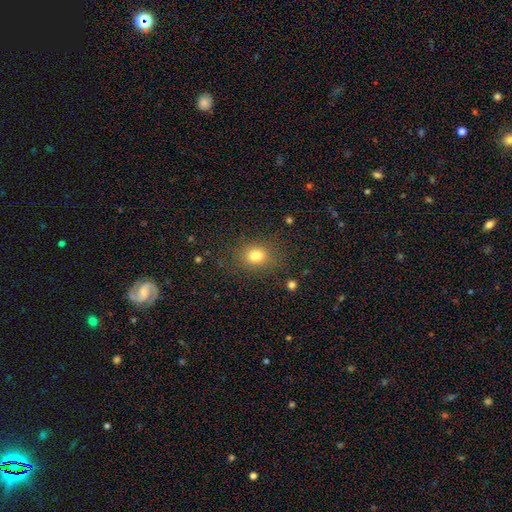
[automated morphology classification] A smooth galaxy with no disk features (80%) that is round (51%).

Vote fractions:
- Smooth or featured? smooth: 80% / star or artifact: 13% / featured or disk: 8%
- How rounded? round: 51% / in between: 48% / cigar-shaped: 1%
- Merging? none: 81% / minor disturbance: 12% / major disturbance: 5% / merger: 2%